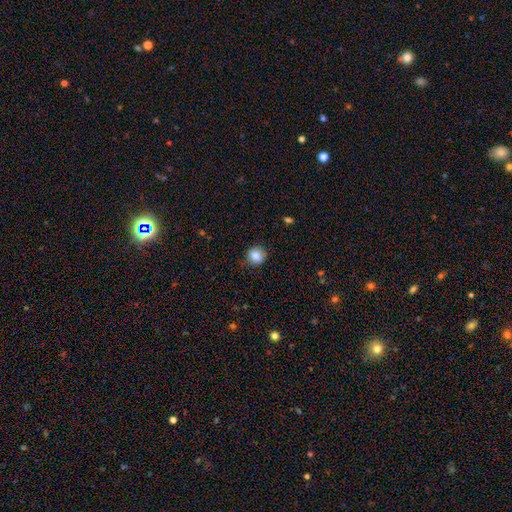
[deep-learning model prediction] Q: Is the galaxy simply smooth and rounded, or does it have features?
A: smooth — 81%.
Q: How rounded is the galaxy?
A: round — 76%.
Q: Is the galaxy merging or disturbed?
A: none — 78%.